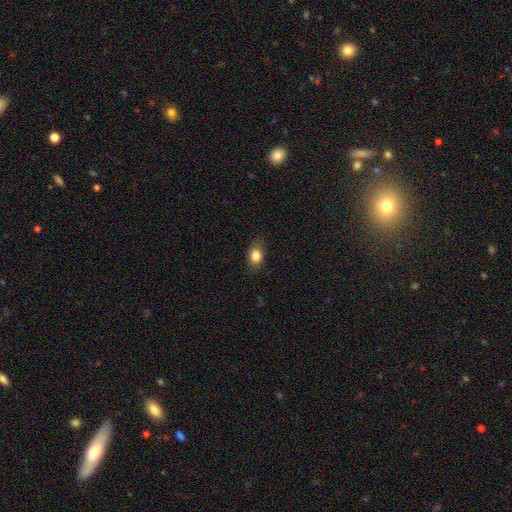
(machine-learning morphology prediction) This is clearly a smooth galaxy (83%). How rounded: likely in between (75%). Merging: clearly none (81%).